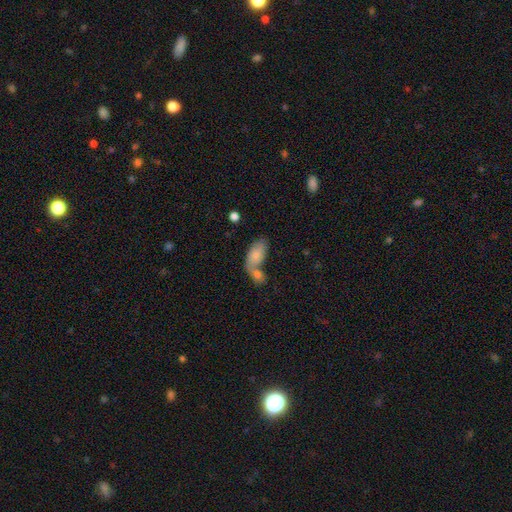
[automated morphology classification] smooth_or_featured: smooth (p=0.77) [alt: featured or disk p=0.17]
how_rounded: in between (p=0.92) [alt: round p=0.04]
merging: merger (p=0.57) [alt: none p=0.26]